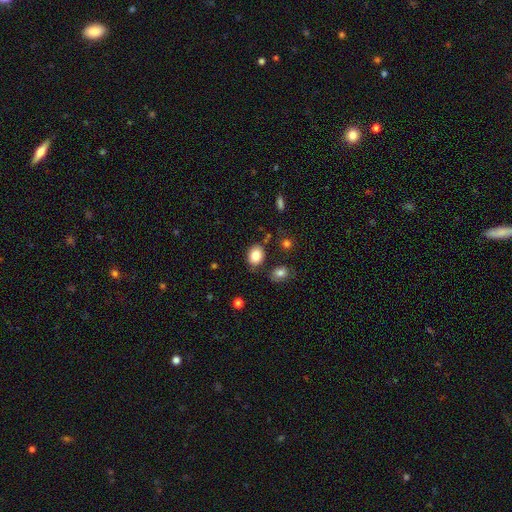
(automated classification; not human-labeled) This is clearly a smooth galaxy (84%). How rounded: possibly in between (56%). Merging: likely none (78%).